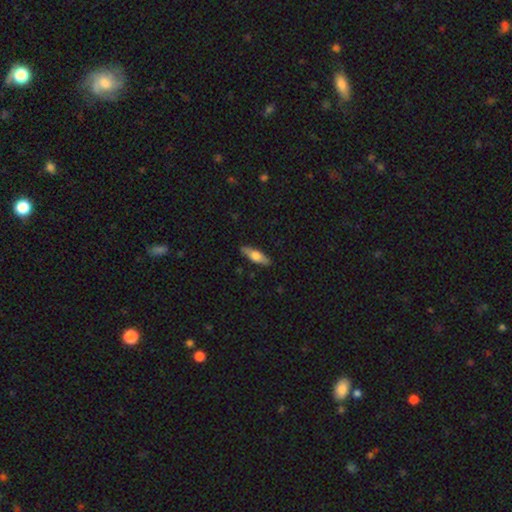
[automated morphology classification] Overall: smooth (55%; featured or disk 39%). How rounded: cigar-shaped (53%; in between 45%). Merging: none (88%).